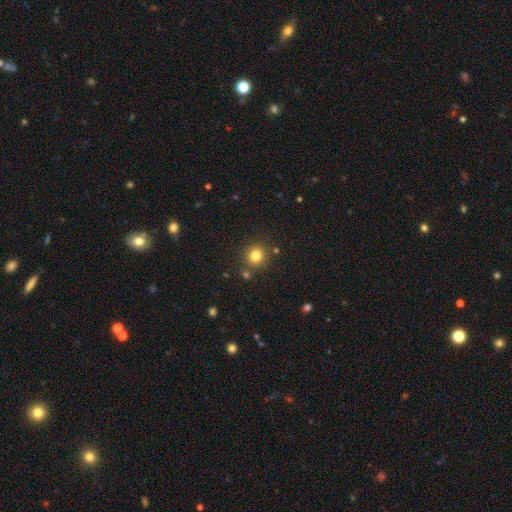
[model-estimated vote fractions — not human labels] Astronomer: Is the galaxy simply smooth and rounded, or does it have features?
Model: smooth — 81%.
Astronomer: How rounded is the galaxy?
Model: round — 91%.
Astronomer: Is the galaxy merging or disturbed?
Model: none — 81%.